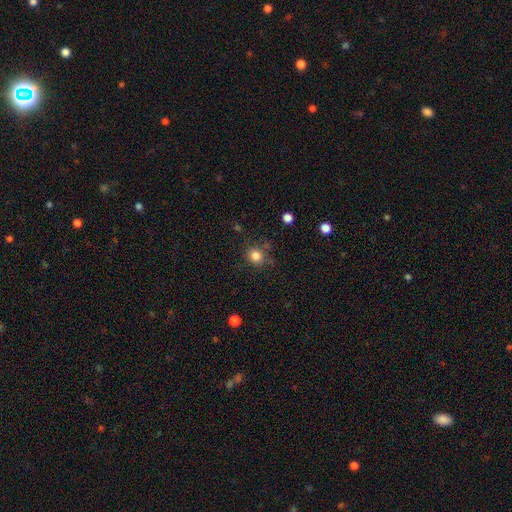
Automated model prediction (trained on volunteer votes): The model was most divided on "merging": none: 76%, minor disturbance: 14%, merger: 5%, major disturbance: 5%. More confident: how rounded — round (82%); smooth or featured — smooth (82%).